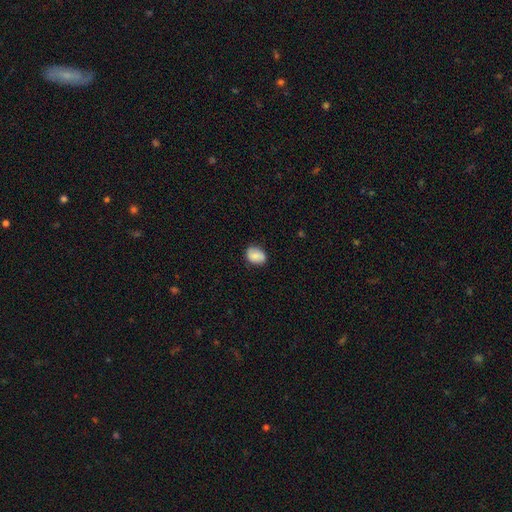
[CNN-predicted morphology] This is likely a smooth galaxy (78%). How rounded: likely in between (63%). Merging: likely none (79%).